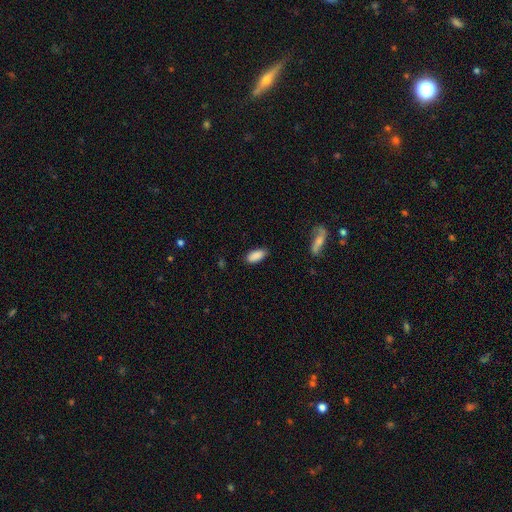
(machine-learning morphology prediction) A smooth galaxy with no disk features (89%) that is in between round and cigar-shaped (88%).

Vote fractions:
- Smooth or featured? smooth: 89% / star or artifact: 7% / featured or disk: 4%
- How rounded? in between: 88% / cigar-shaped: 10% / round: 2%
- Merging? none: 82% / minor disturbance: 14% / major disturbance: 3% / merger: 1%